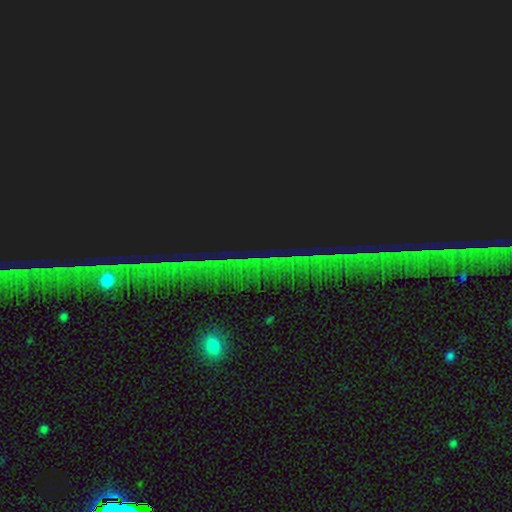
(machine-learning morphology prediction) type=star or artifact (82%).